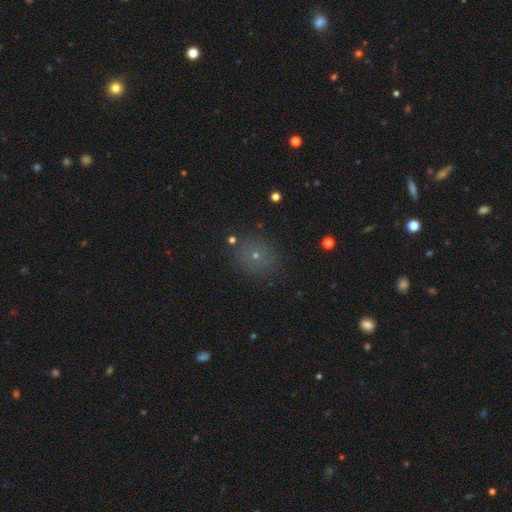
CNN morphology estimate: type=smooth (63%); roundness=round (86%); merging=none (85%).